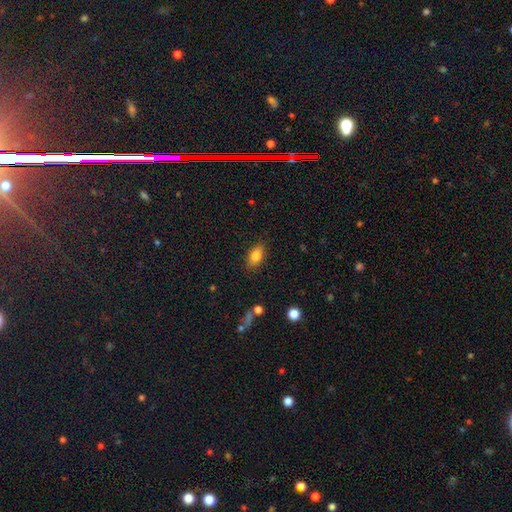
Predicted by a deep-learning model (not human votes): A smooth galaxy with no disk features (83%) that is in between round and cigar-shaped (88%).

Vote fractions:
- Smooth or featured? smooth: 83% / featured or disk: 9% / star or artifact: 8%
- How rounded? in between: 88% / round: 8% / cigar-shaped: 4%
- Merging? none: 86% / minor disturbance: 10% / major disturbance: 3% / merger: 1%